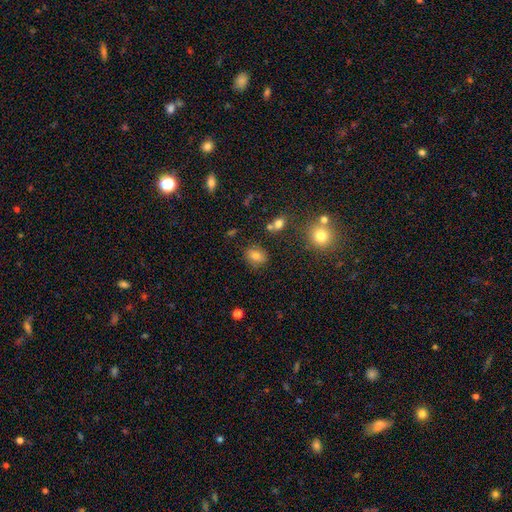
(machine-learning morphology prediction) smooth_or_featured: smooth (p=0.76) [alt: star or artifact p=0.13]
how_rounded: round (p=0.50) [alt: in between p=0.48]
merging: none (p=0.82) [alt: minor disturbance p=0.11]